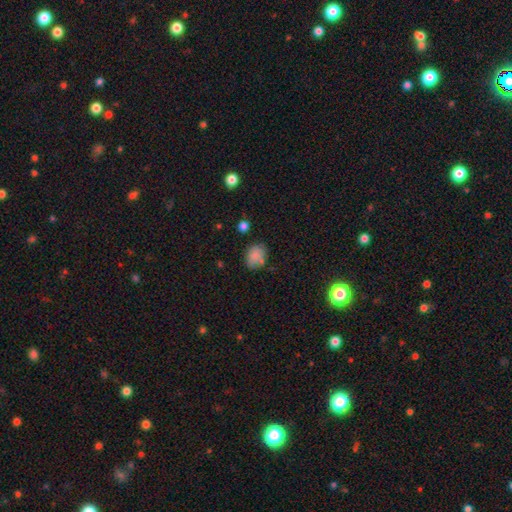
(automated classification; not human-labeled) Q: Smooth or featured?
A: smooth (83%); runner-up: star or artifact (10%)
Q: How rounded?
A: in between (64%); runner-up: round (35%)
Q: Merging?
A: none (71%); runner-up: minor disturbance (18%)